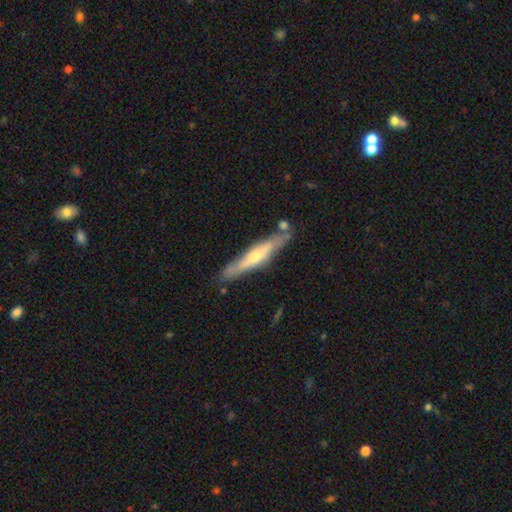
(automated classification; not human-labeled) Smooth or featured? Predicted: featured or disk (p=0.61). Edge-on disk? Predicted: yes (p=0.87). Edge-on bulge? Predicted: rounded (p=0.79). Merging? Predicted: none (p=0.77).